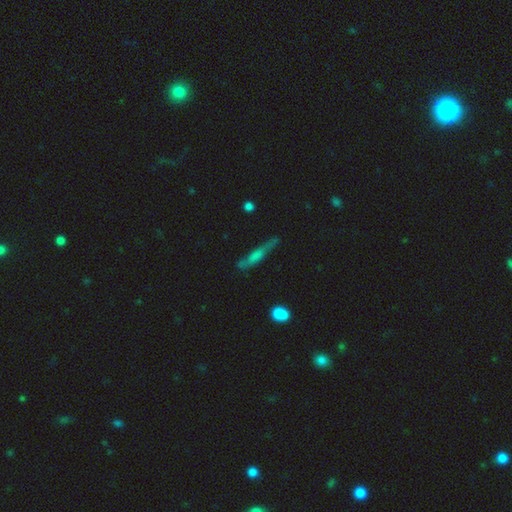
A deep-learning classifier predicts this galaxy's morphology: Q: Smooth or featured?
A: featured or disk (53%); runner-up: smooth (28%)
Q: Edge-on disk?
A: yes (83%); runner-up: no (17%)
Q: Merging?
A: none (79%); runner-up: minor disturbance (13%)